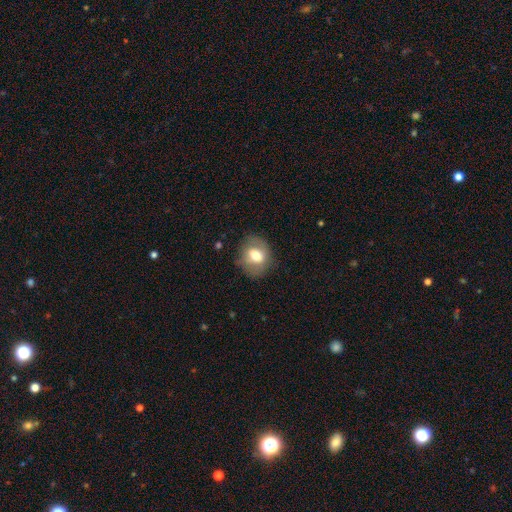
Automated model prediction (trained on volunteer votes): Q: Smooth or featured?
A: smooth (63%); runner-up: featured or disk (29%)
Q: How rounded?
A: round (56%); runner-up: in between (43%)
Q: Merging?
A: none (75%); runner-up: minor disturbance (17%)